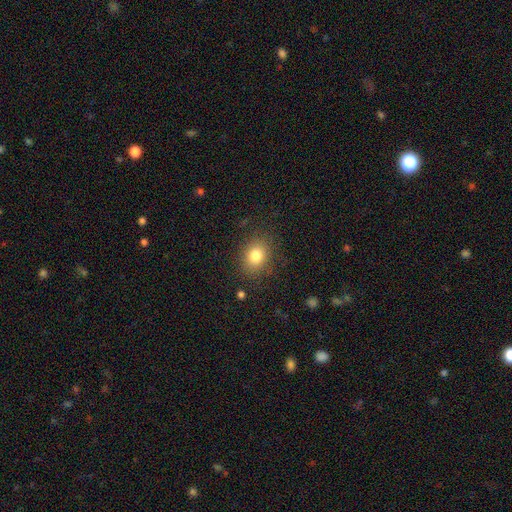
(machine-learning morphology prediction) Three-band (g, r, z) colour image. It shows a smooth galaxy with no disk features (81%) that is in between round and cigar-shaped (55%). Merging: none (84%).